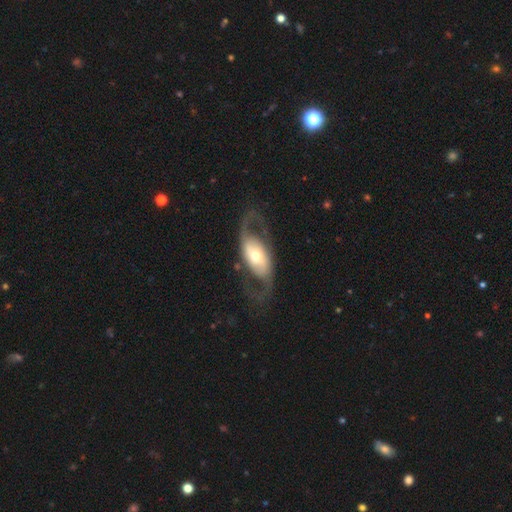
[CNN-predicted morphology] A featured or disk galaxy (80%) with no bar (47%), 2 (90%) loose (57%) spiral arms (84%) and a moderate central bulge (63%).

Vote fractions:
- Smooth or featured? featured or disk: 80% / smooth: 15% / star or artifact: 5%
- Edge-on disk? no: 93% / yes: 7%
- Bar? no: 47% / weak: 29% / strong: 24%
- Spiral arms? yes: 84% / no: 16%
- Spiral winding? loose: 57% / medium: 34% / tight: 9%
- Spiral arm count? 2: 90% / can't tell: 4% / 1: 3% / 3: 1% / 4: 1% / more than 4: 1%
- Bulge size? moderate: 63% / small: 22% / large: 12% / dominant: 2% / none: 1%
- Merging? none: 67% / major disturbance: 17% / minor disturbance: 14% / merger: 2%